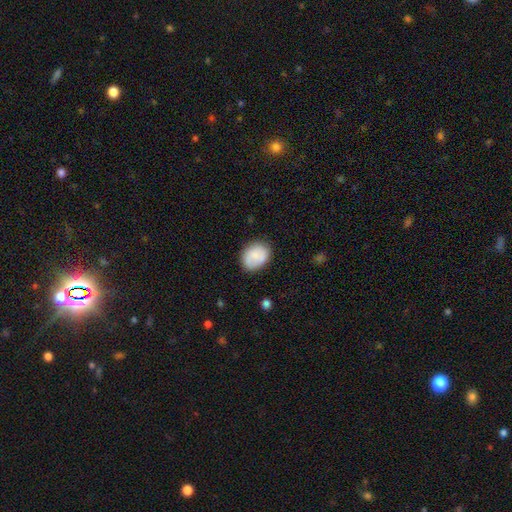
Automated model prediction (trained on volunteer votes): Smooth or featured? smooth (78%)
How rounded? in between (59%)
Merging? none (76%)